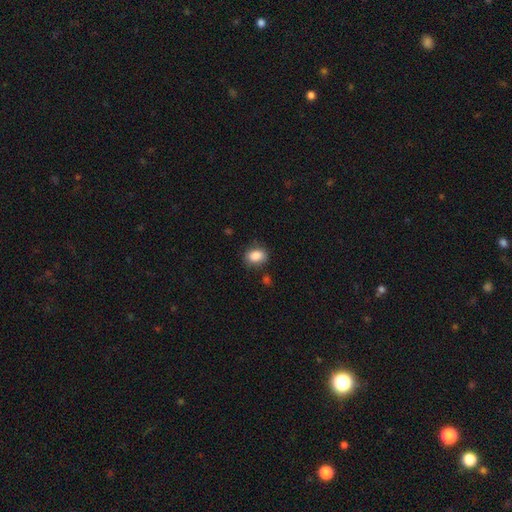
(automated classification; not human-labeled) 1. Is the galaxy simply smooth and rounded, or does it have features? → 86% smooth, 8% star or artifact, 5% featured or disk.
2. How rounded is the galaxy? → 70% in between, 28% round, 1% cigar-shaped.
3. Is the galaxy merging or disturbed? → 77% none, 16% minor disturbance, 4% major disturbance, 3% merger.